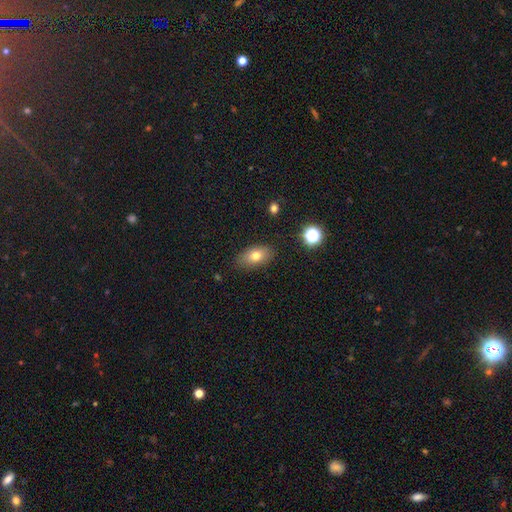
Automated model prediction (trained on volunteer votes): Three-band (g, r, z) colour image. It shows a smooth galaxy with no disk features (73%) that is in between round and cigar-shaped (86%). Merging: none (85%).